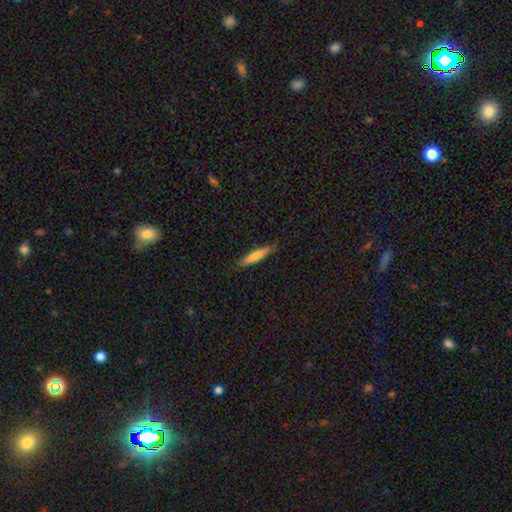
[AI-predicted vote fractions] smooth-or-featured: smooth: 76% | featured or disk: 19% | star or artifact: 6%
  how-rounded: cigar-shaped: 86% | in between: 13% | round: 1%
  merging: none: 82% | minor disturbance: 15% | major disturbance: 2% | merger: 1%